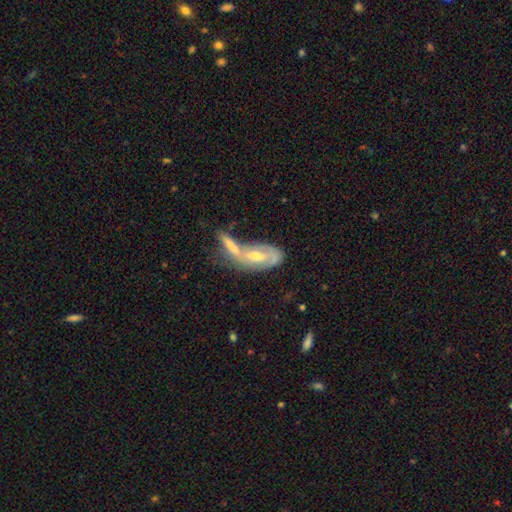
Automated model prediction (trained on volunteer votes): Overall: featured or disk (64%; smooth 29%). Edge-on disk: no (85%). Bar: no (46%; weak 38%). Spiral arms: yes (69%; no 31%). Bulge size: moderate (57%; small 35%). Merging: merger (55%; none 24%).